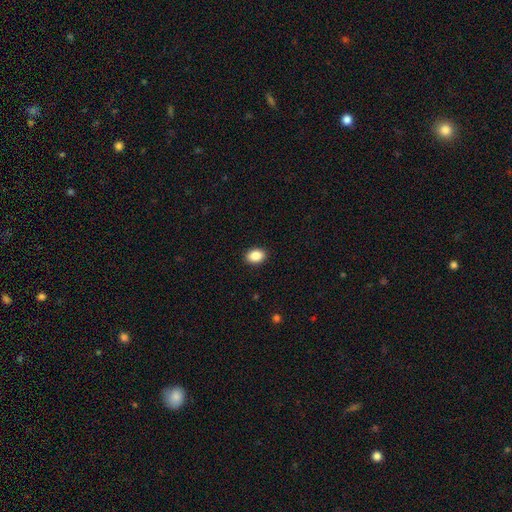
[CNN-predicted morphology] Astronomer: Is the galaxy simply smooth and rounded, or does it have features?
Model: smooth — 88%.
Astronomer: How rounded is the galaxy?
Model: in between — 74%.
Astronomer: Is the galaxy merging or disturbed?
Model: none — 91%.